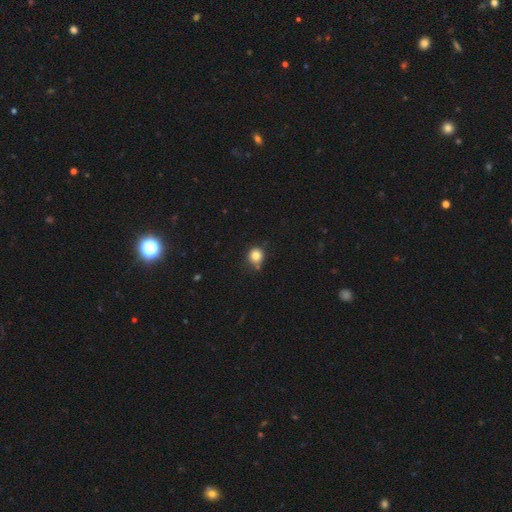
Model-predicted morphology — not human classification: Smooth or featured? smooth (81%)
How rounded? round (89%)
Merging? none (75%)